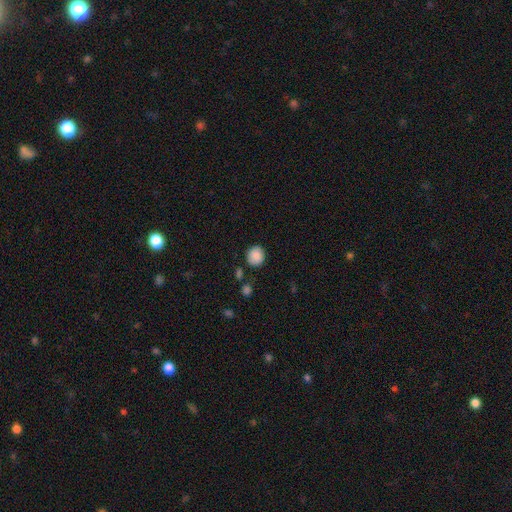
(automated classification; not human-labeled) A smooth galaxy with no disk features (88%) that is round (85%). Merging: none (82%).